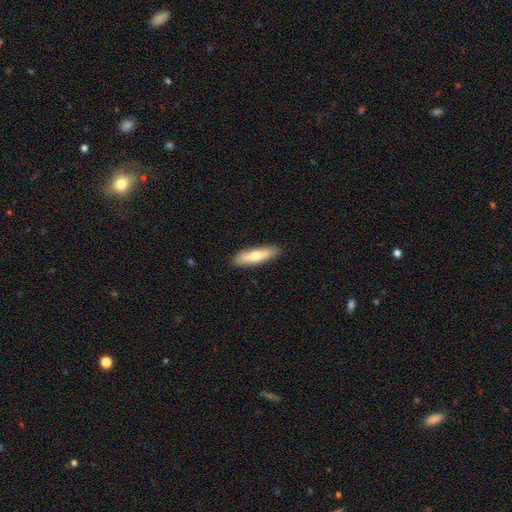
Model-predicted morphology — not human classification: smooth 67%, featured or disk 27%, star or artifact 5%. Down the decision tree: how rounded — cigar-shaped (62%); merging — none (88%).